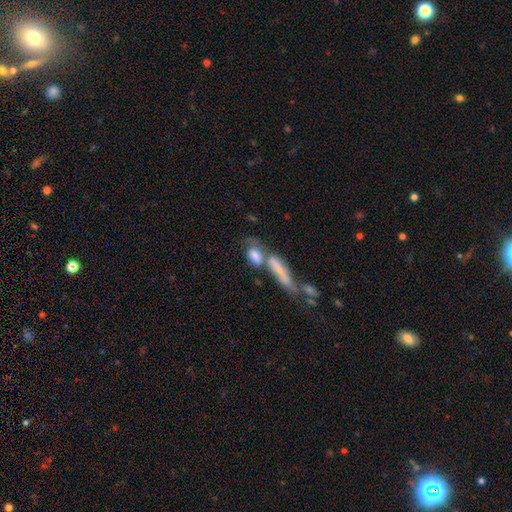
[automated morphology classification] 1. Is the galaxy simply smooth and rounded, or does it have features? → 63% smooth, 27% featured or disk, 10% star or artifact.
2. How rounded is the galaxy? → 60% in between, 31% cigar-shaped, 9% round.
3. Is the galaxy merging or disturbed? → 58% merger, 22% none, 10% major disturbance, 10% minor disturbance.